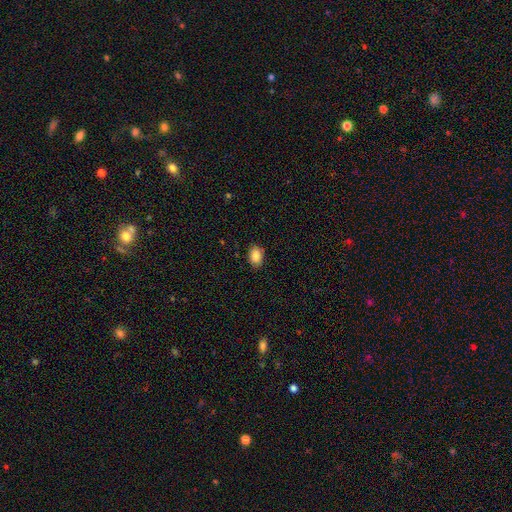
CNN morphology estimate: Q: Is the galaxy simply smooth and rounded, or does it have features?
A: smooth — 86%.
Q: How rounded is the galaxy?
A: in between — 81%.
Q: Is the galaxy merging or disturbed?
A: none — 86%.